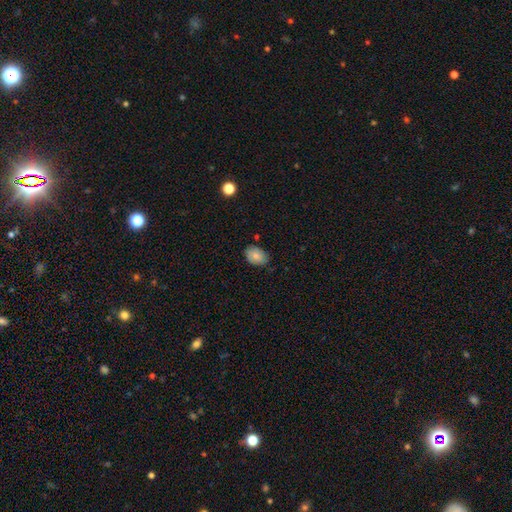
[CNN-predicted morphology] Overall: smooth (80%). How rounded: in between (78%). Merging: none (74%).